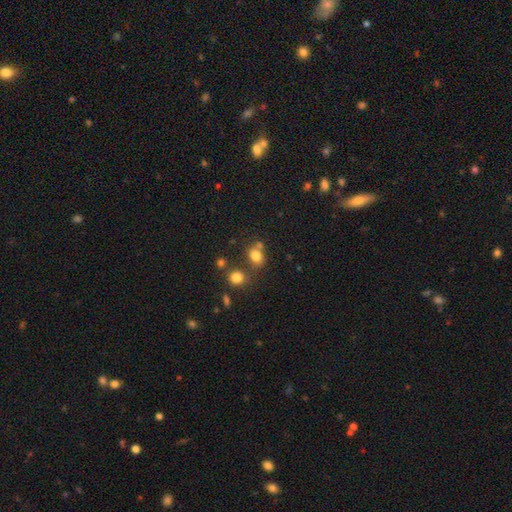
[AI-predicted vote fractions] This is likely a smooth galaxy (78%). How rounded: possibly round (53%). Merging: possibly none (55%).